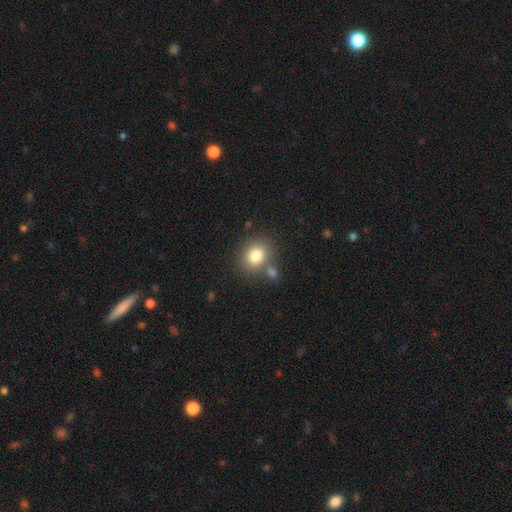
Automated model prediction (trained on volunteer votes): smooth_or_featured: smooth (p=0.80) [alt: star or artifact p=0.11]
how_rounded: round (p=0.70) [alt: in between p=0.29]
merging: none (p=0.71) [alt: merger p=0.15]